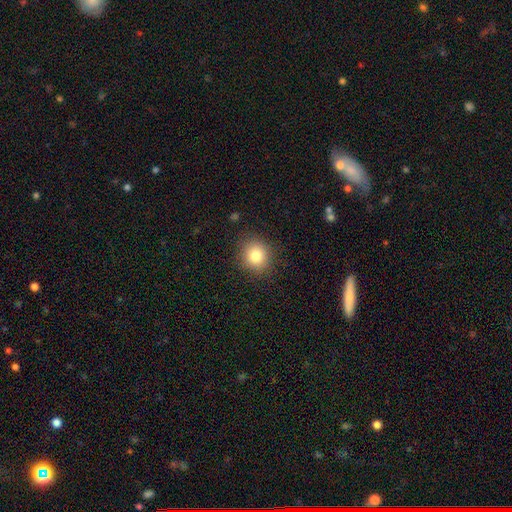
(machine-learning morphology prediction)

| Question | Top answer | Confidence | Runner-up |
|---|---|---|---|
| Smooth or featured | smooth | 82% | star or artifact (10%) |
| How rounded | round | 84% | in between (15%) |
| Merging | none | 87% | minor disturbance (9%) |